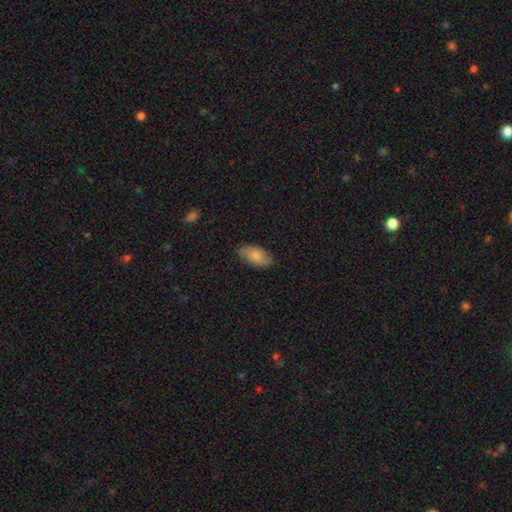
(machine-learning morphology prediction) Smooth or featured? smooth (79%)
How rounded? in between (93%)
Merging? none (81%)